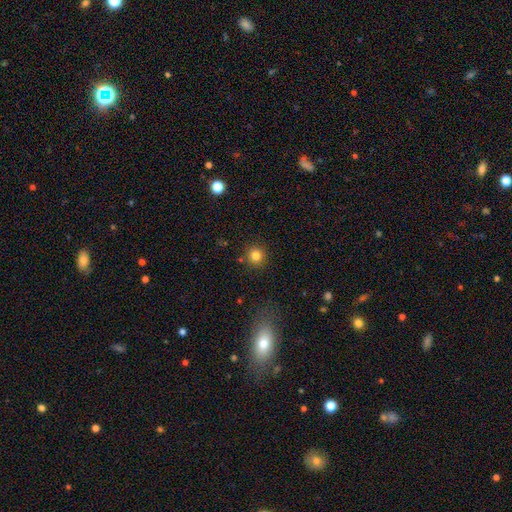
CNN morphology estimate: smooth_or_featured: smooth (p=0.82) [alt: star or artifact p=0.13]
how_rounded: round (p=0.93) [alt: in between p=0.06]
merging: none (p=0.88) [alt: minor disturbance p=0.07]